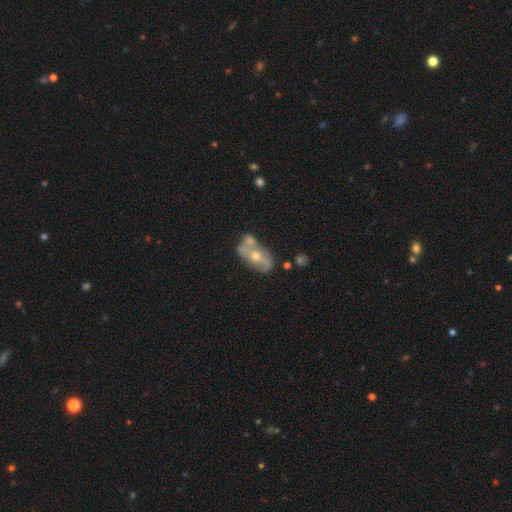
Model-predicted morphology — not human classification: Smooth or featured? Predicted: featured or disk (p=0.66). Edge-on disk? Predicted: no (p=0.89). Bar? Predicted: no (p=0.55). Spiral arms? Predicted: yes (p=0.57). Bulge size? Predicted: moderate (p=0.66). Merging? Predicted: none (p=0.50).